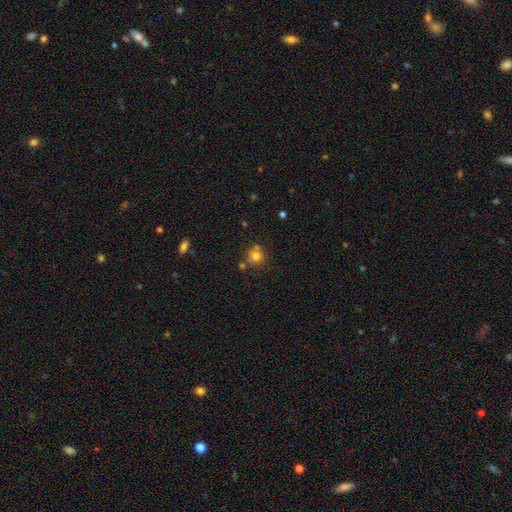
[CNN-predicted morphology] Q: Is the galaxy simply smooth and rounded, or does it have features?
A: smooth — 74%.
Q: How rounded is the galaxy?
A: round — 88%.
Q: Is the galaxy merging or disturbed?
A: none — 65%.